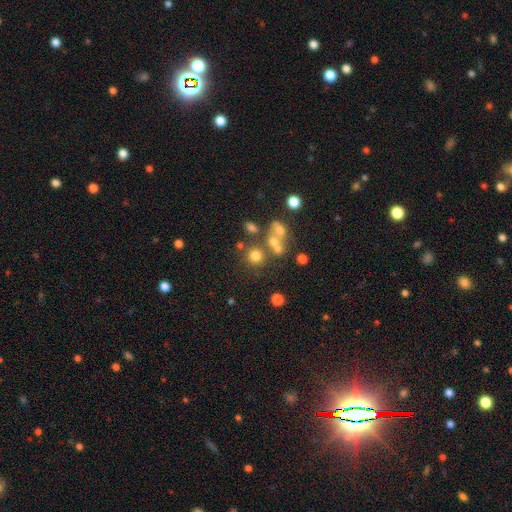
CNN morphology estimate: The model was most divided on "merging": none: 58%, merger: 26%, minor disturbance: 10%, major disturbance: 6%. More confident: how rounded — round (86%); smooth or featured — smooth (65%).